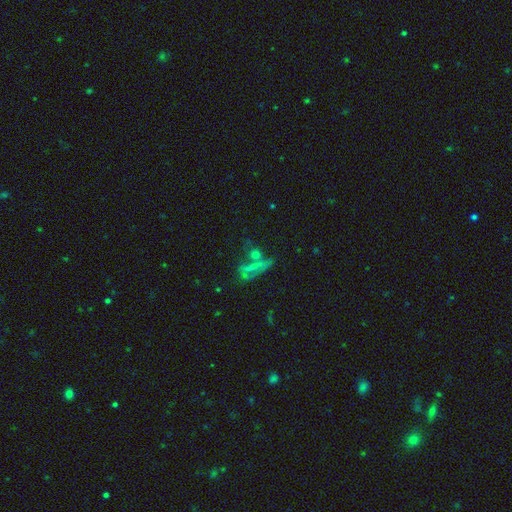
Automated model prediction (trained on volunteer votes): Morphology: type=featured or disk (35%); merging=none (44%).